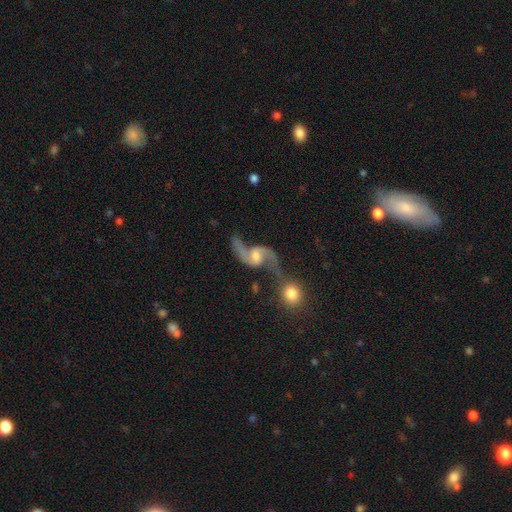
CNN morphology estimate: A featured or disk galaxy (90%) with a weak bar (44%), 2 (93%) loose (79%) spiral arms (97%) and a moderate central bulge (49%). Merging: none (55%).